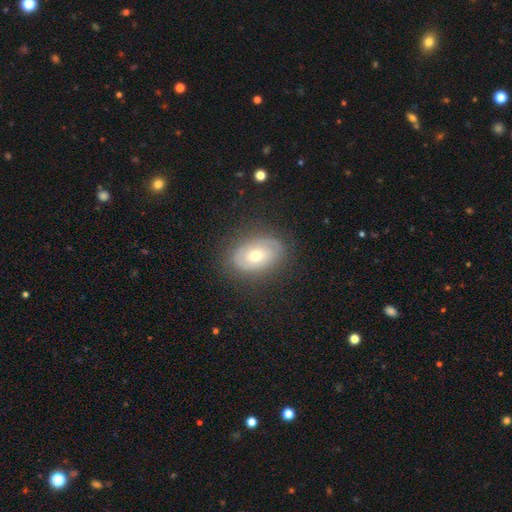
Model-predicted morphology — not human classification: A featured or disk galaxy (49%). Merging: none (79%).